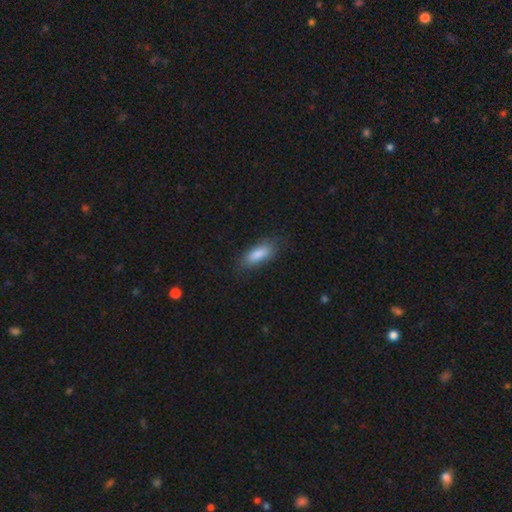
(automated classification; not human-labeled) Morphology: type=smooth (82%); roundness=in between (66%); merging=none (78%).